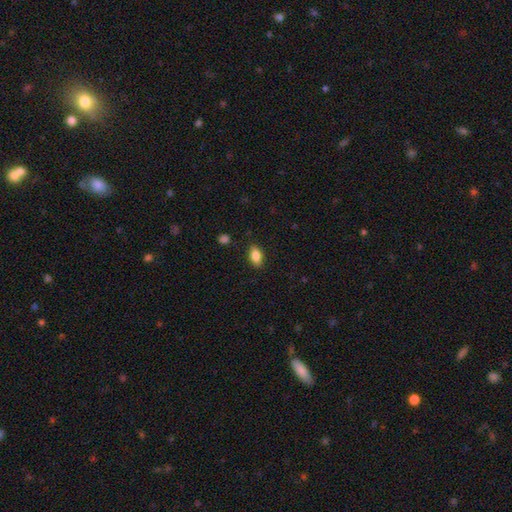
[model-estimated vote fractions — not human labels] Q: Smooth or featured?
A: smooth (85%); runner-up: star or artifact (8%)
Q: How rounded?
A: in between (89%); runner-up: round (6%)
Q: Merging?
A: none (86%); runner-up: minor disturbance (10%)